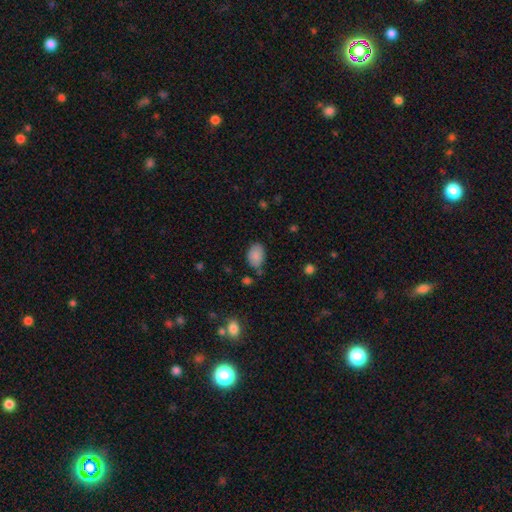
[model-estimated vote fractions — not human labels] Overall: smooth (86%). How rounded: in between (84%). Merging: none (69%).